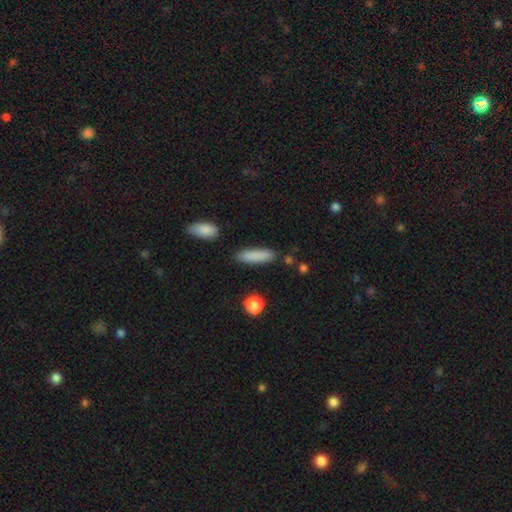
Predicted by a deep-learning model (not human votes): A smooth galaxy with no disk features (86%) that is cigar-shaped (73%). Merging: none (86%).